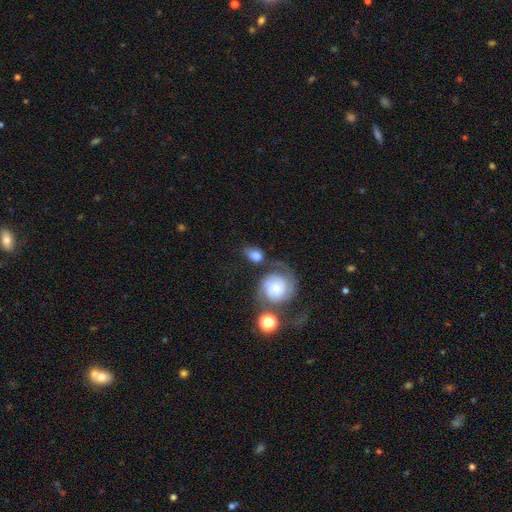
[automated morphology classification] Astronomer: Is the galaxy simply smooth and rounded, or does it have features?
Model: smooth — 61%.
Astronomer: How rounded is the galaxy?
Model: in between — 60% (runner-up: round, 38%).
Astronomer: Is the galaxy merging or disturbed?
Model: none — 48%.